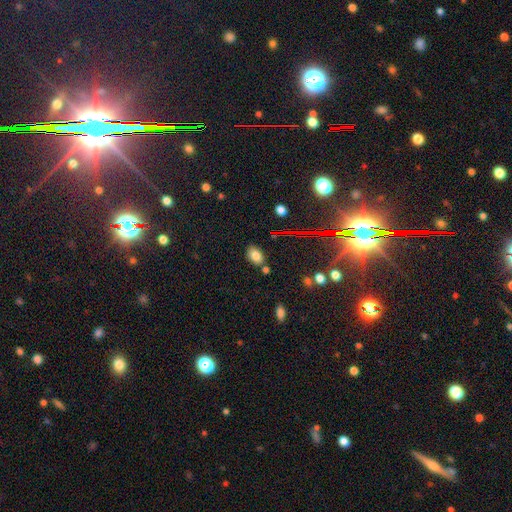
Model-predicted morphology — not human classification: This appears to be a smooth galaxy with no disk features (77%) that is in between round and cigar-shaped (85%). Merging: none (75%).